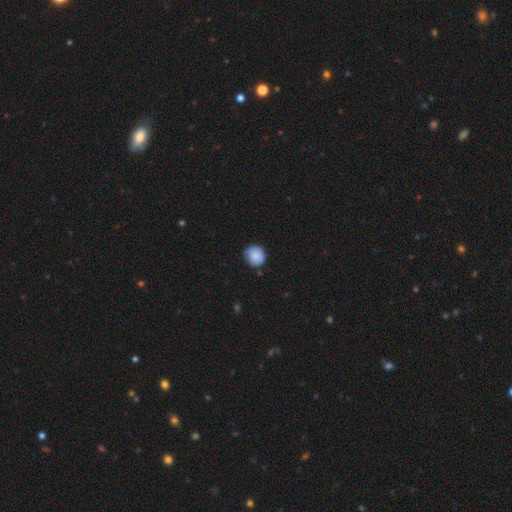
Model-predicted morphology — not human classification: This appears to be a smooth galaxy with no disk features (85%) that is round (84%). Merging: none (74%).